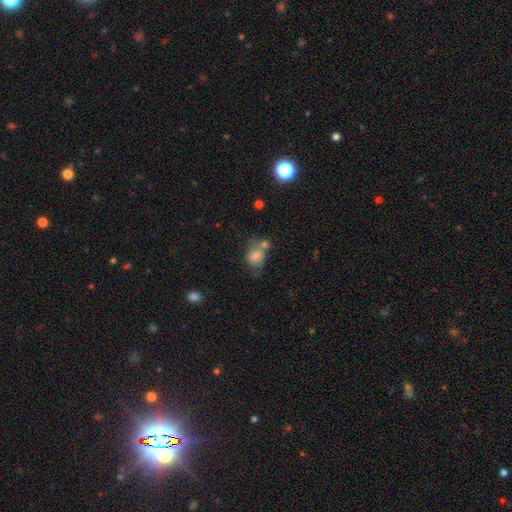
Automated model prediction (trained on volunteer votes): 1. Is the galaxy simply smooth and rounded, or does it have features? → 74% smooth, 15% featured or disk, 10% star or artifact.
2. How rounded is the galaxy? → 53% in between, 46% round, 1% cigar-shaped.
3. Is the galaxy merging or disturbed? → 39% none, 30% merger, 21% minor disturbance, 10% major disturbance.